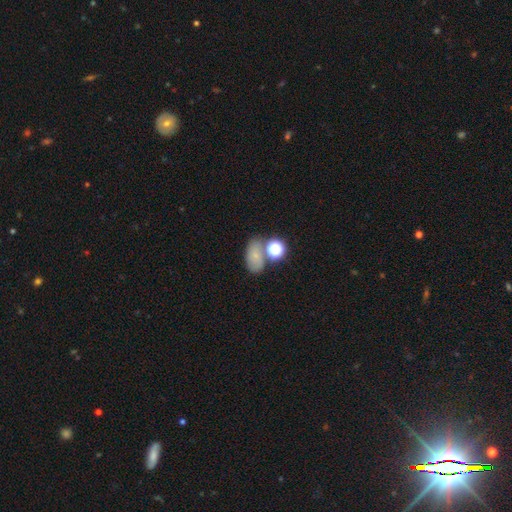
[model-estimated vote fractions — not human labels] Morphology: type=smooth (64%); roundness=in between (77%); merging=none (53%).